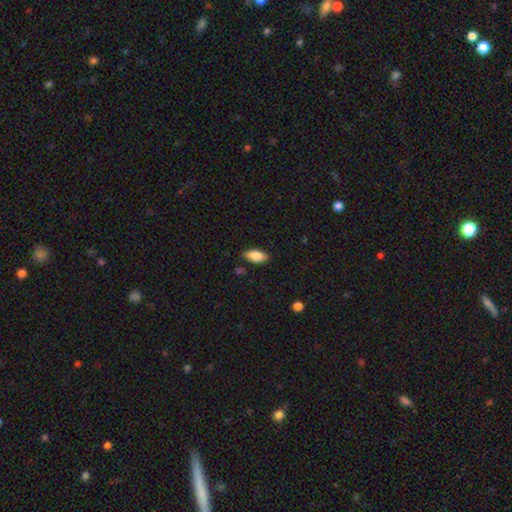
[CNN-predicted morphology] A smooth galaxy with no disk features (81%) that is in between round and cigar-shaped (88%).

Vote fractions:
- Smooth or featured? smooth: 81% / featured or disk: 12% / star or artifact: 7%
- How rounded? in between: 88% / cigar-shaped: 9% / round: 3%
- Merging? none: 84% / minor disturbance: 12% / major disturbance: 2% / merger: 2%